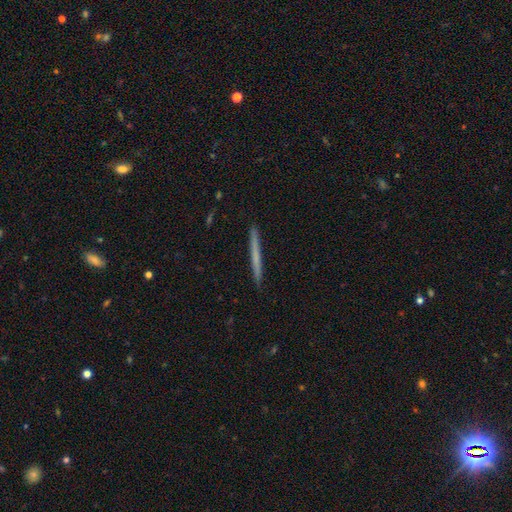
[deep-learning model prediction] This is possibly a smooth galaxy (57%). How rounded: clearly cigar-shaped (97%). Merging: clearly none (93%).